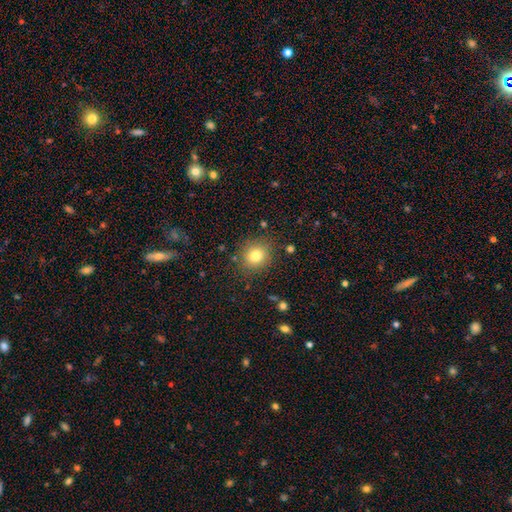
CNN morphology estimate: The model was most divided on "smooth or featured": smooth: 80%, star or artifact: 12%, featured or disk: 8%. More confident: merging — none (86%); how rounded — round (83%).